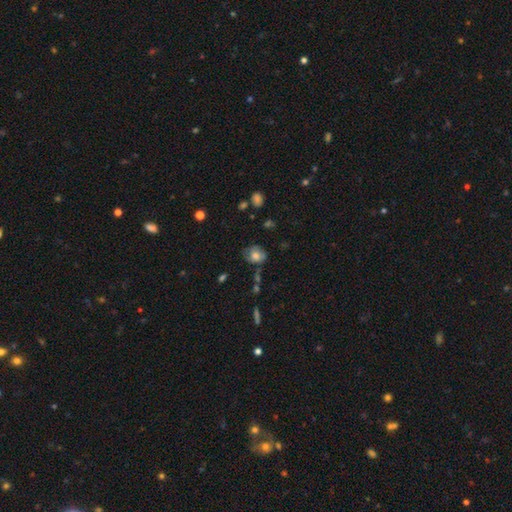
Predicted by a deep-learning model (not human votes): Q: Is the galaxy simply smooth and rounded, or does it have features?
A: smooth — 66%.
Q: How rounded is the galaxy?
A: round — 52%.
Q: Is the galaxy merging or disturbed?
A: none — 55%.